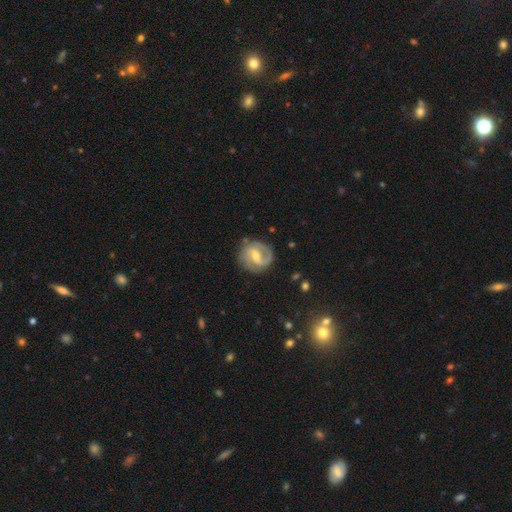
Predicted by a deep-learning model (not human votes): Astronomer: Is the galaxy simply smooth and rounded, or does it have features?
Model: featured or disk — 85%.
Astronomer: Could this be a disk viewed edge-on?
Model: no — 97%.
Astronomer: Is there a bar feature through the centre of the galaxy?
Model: weak — 51% (runner-up: strong, 31%).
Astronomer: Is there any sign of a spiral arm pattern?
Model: yes — 95%.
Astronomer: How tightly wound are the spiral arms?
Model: medium — 49% (runner-up: tight, 35%).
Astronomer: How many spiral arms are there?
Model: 2 — 82%.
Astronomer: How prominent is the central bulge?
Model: moderate — 51% (runner-up: small, 44%).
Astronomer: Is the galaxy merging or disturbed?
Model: none — 77%.